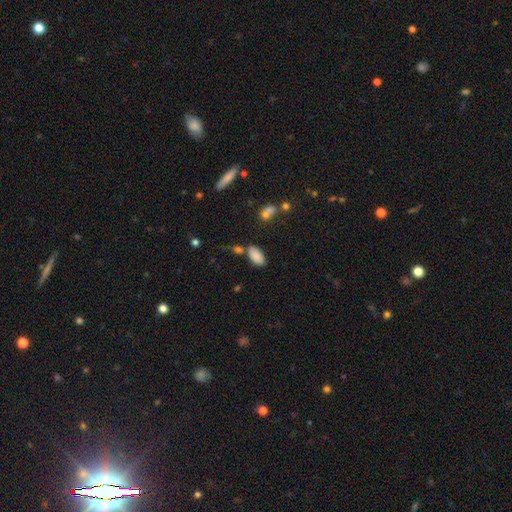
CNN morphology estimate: Smooth or featured?
  - smooth: 86% *
  - star or artifact: 8%
  - featured or disk: 6%
How rounded?
  - in between: 94% *
  - cigar-shaped: 3%
  - round: 3%
Merging?
  - none: 68% *
  - minor disturbance: 15%
  - merger: 13%
  - major disturbance: 4%